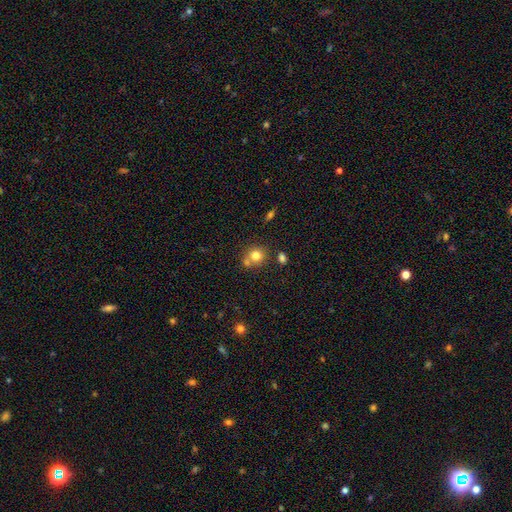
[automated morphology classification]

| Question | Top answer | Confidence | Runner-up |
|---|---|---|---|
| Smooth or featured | smooth | 77% | star or artifact (12%) |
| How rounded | round | 84% | in between (15%) |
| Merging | none | 57% | merger (31%) |